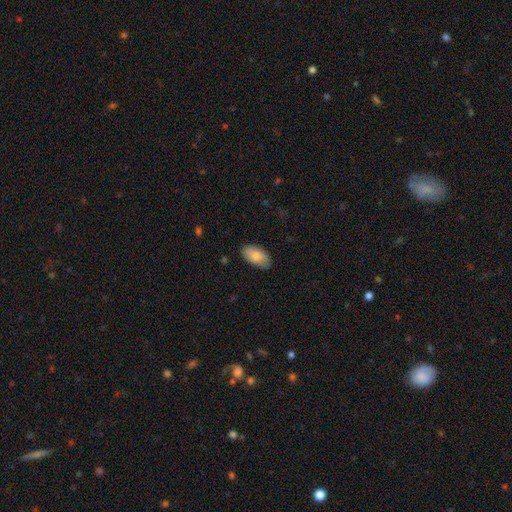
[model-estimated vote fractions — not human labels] Morphology: type=smooth (77%); roundness=in between (94%); merging=none (78%).